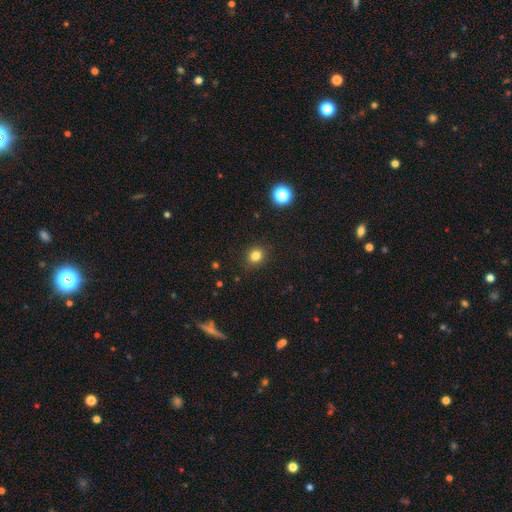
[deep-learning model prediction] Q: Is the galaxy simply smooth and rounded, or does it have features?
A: smooth — 82%.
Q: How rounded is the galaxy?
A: round — 67%.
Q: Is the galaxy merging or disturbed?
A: none — 89%.